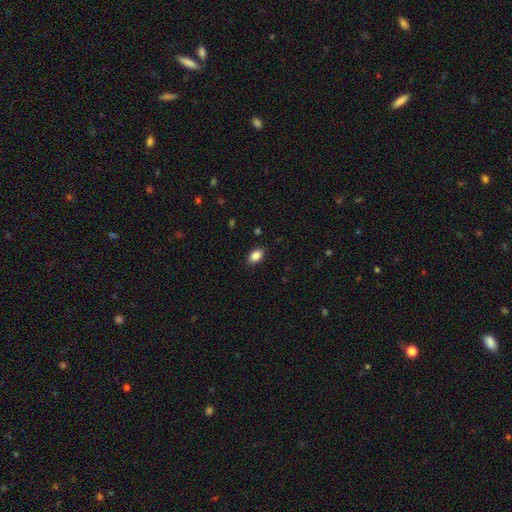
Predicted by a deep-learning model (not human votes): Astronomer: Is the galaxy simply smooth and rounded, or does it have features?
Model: smooth — 87%.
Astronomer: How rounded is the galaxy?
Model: in between — 88%.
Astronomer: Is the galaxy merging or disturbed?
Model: none — 88%.